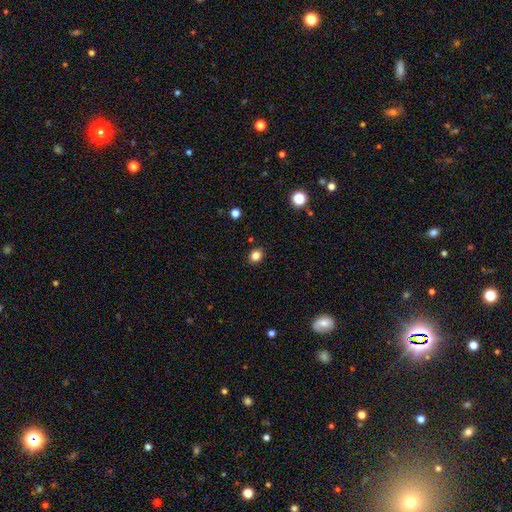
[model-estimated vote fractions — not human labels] smooth_or_featured: smooth (p=0.83) [alt: star or artifact p=0.13]
how_rounded: round (p=0.67) [alt: in between p=0.33]
merging: none (p=0.90) [alt: minor disturbance p=0.07]